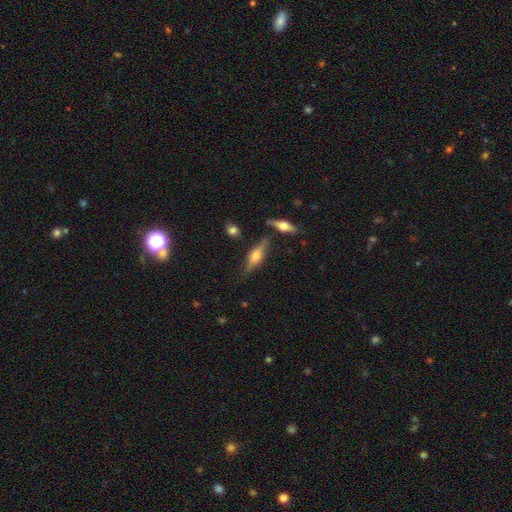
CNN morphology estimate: This is likely a featured or disk galaxy (62%). It is clearly viewed edge-on (94%). Edge-on bulge: clearly rounded (88%). Merging: likely none (74%).